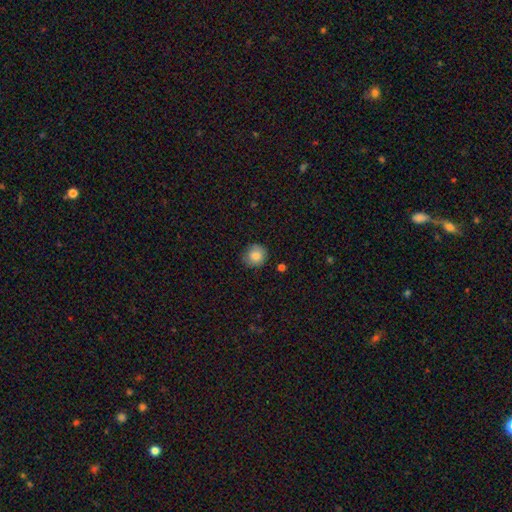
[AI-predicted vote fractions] A smooth galaxy with no disk features (83%) that is round (89%).

Vote fractions:
- Smooth or featured? smooth: 83% / featured or disk: 9% / star or artifact: 9%
- How rounded? round: 89% / in between: 10% / cigar-shaped: 1%
- Merging? none: 82% / minor disturbance: 14% / major disturbance: 3% / merger: 1%